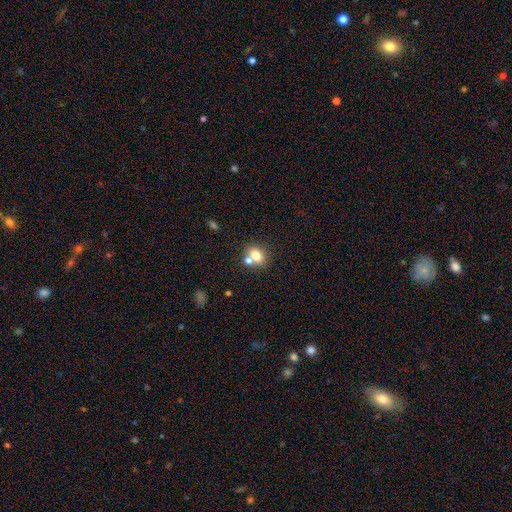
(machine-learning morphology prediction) This appears to be a smooth galaxy with no disk features (75%) that is round (54%). Merging: none (53%).